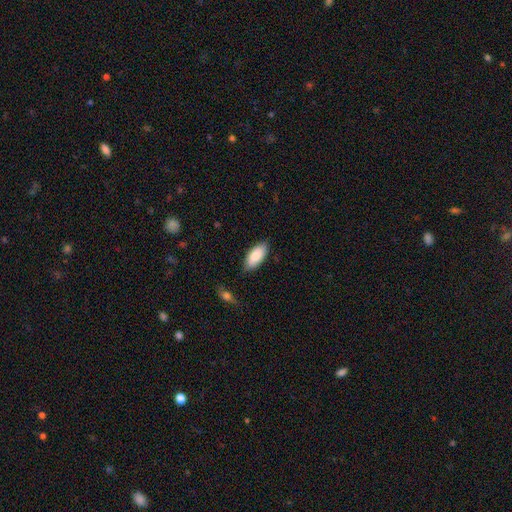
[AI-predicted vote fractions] The model was most divided on "merging": none: 82%, minor disturbance: 14%, major disturbance: 2%, merger: 2%. More confident: how rounded — in between (89%); smooth or featured — smooth (85%).